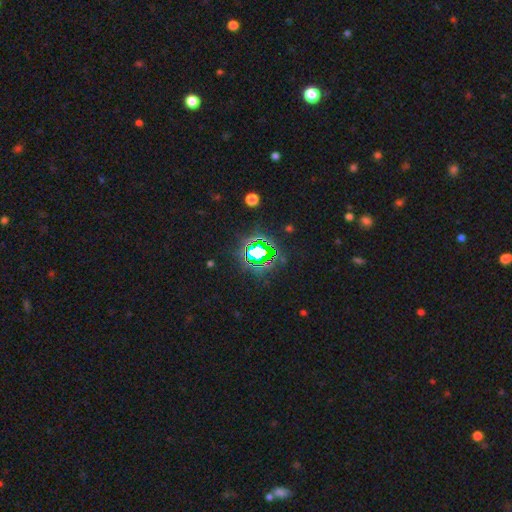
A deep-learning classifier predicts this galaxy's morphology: smooth-or-featured: star or artifact: 77% | smooth: 13% | featured or disk: 10%